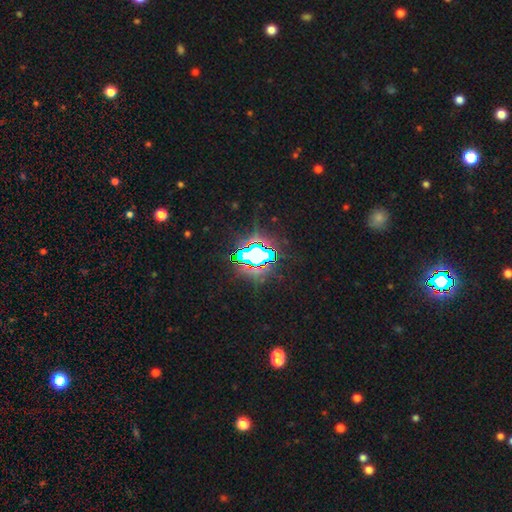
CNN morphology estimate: Smooth or featured? Predicted: star or artifact (p=0.73).